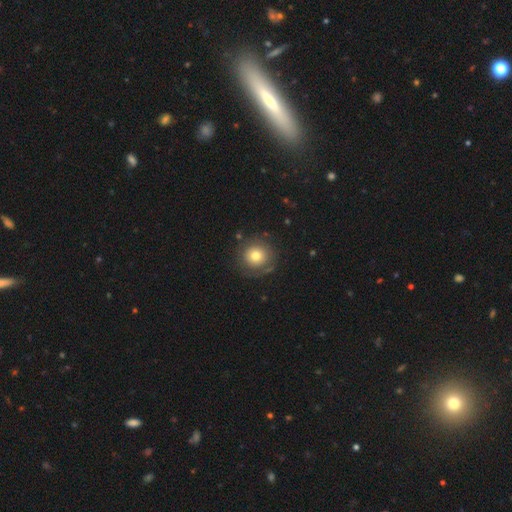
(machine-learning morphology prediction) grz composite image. It shows a smooth galaxy with no disk features (70%) that is round (94%). Merging: none (79%).